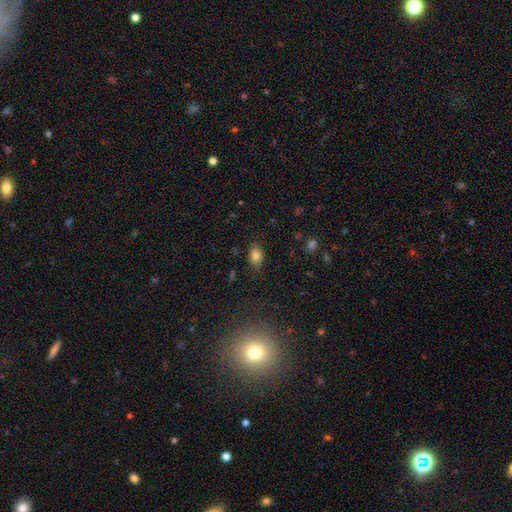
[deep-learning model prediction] Q: Smooth or featured?
A: smooth (82%); runner-up: star or artifact (11%)
Q: How rounded?
A: in between (81%); runner-up: round (18%)
Q: Merging?
A: none (82%); runner-up: minor disturbance (13%)